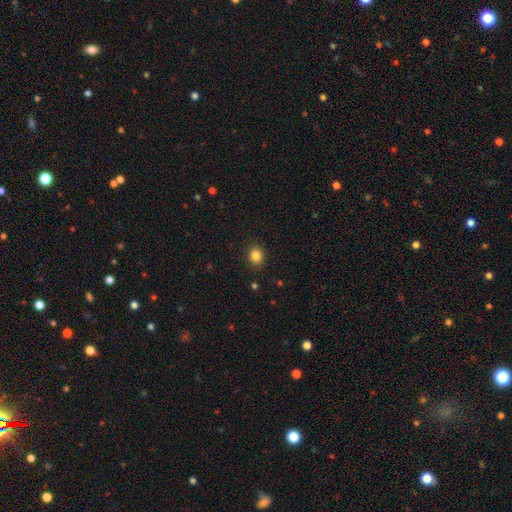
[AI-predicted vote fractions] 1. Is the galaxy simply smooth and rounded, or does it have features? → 85% smooth, 11% star or artifact, 5% featured or disk.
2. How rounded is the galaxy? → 62% round, 37% in between, 1% cigar-shaped.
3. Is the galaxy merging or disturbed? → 89% none, 8% minor disturbance, 2% major disturbance, 1% merger.